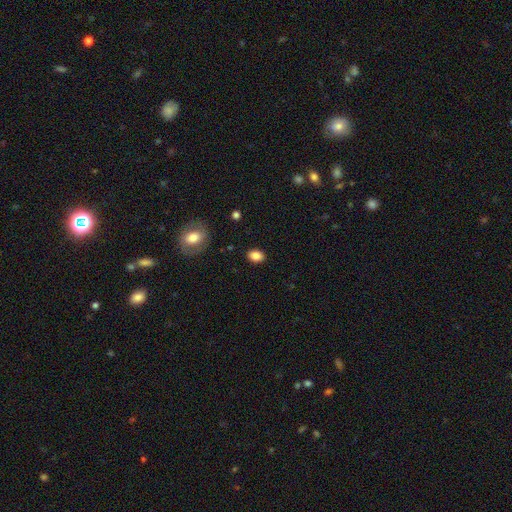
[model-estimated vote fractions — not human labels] A smooth galaxy with no disk features (86%) that is in between round and cigar-shaped (75%). Merging: none (88%).